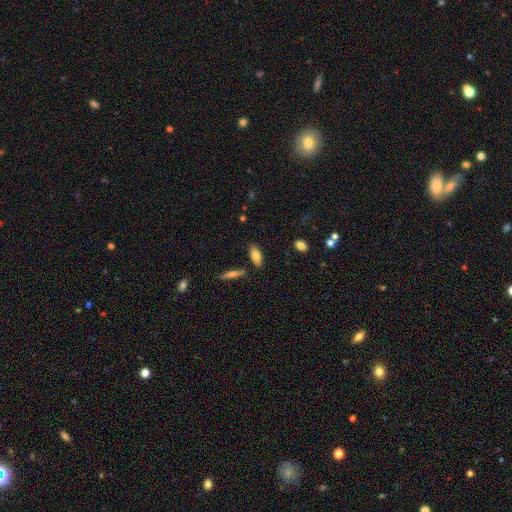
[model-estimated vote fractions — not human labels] The model was most divided on "how rounded": in between: 75%, cigar-shaped: 23%, round: 2%. More confident: merging — none (81%); smooth or featured — smooth (77%).